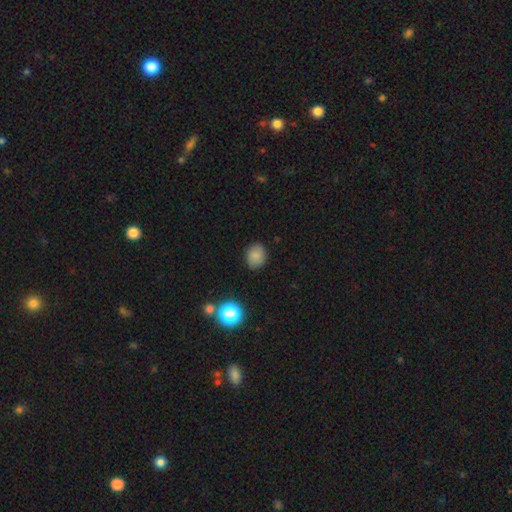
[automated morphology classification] Smooth or featured? Predicted: smooth (p=0.81). How rounded? Predicted: round (p=0.64). Merging? Predicted: none (p=0.86).